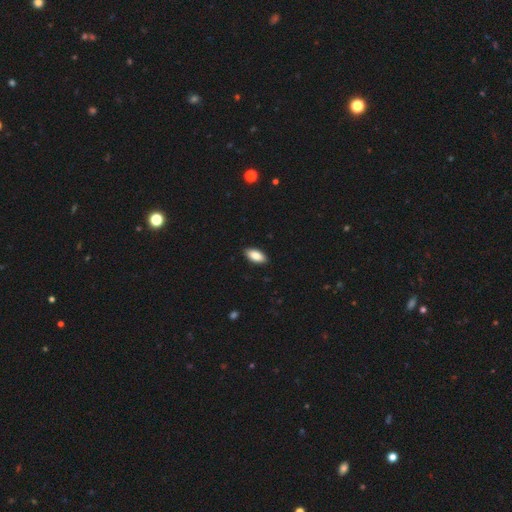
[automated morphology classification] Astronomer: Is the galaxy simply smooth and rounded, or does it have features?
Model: smooth — 86%.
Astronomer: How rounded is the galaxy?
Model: in between — 91%.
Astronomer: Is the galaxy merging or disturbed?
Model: none — 90%.